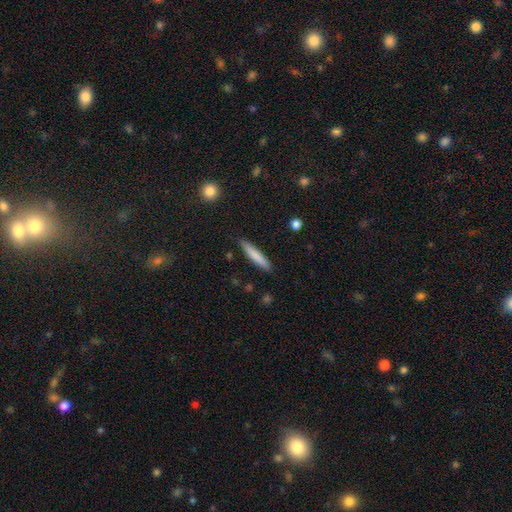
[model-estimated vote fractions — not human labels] smooth 78%, featured or disk 16%, star or artifact 6%. Down the decision tree: how rounded — cigar-shaped (90%); merging — none (86%).